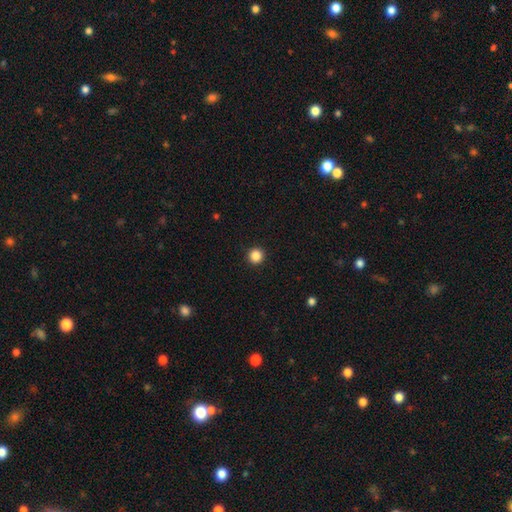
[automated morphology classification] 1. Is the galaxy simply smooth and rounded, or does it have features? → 86% smooth, 11% star or artifact, 3% featured or disk.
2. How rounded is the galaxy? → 96% round, 3% in between, 1% cigar-shaped.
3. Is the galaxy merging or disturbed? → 94% none, 4% minor disturbance, 1% major disturbance, 1% merger.